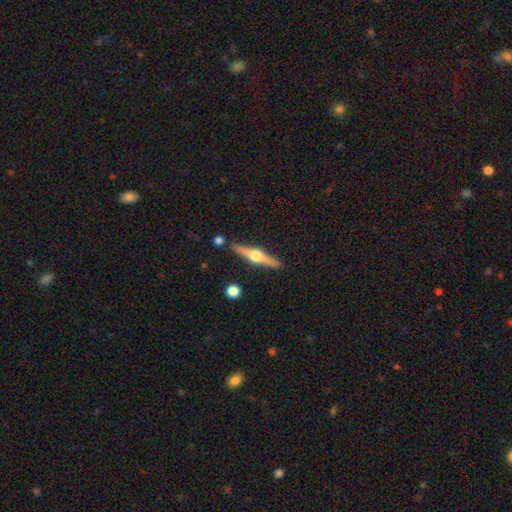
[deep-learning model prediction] This appears to be a featured or disk galaxy (77%) viewed edge-on (98%) with a rounded central bulge (96%). Merging: none (88%).